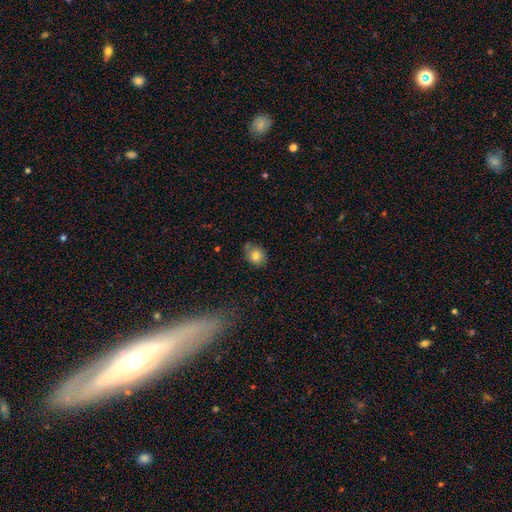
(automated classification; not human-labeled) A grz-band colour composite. It shows a smooth galaxy with no disk features (80%) that is round (59%). Merging: none (72%).